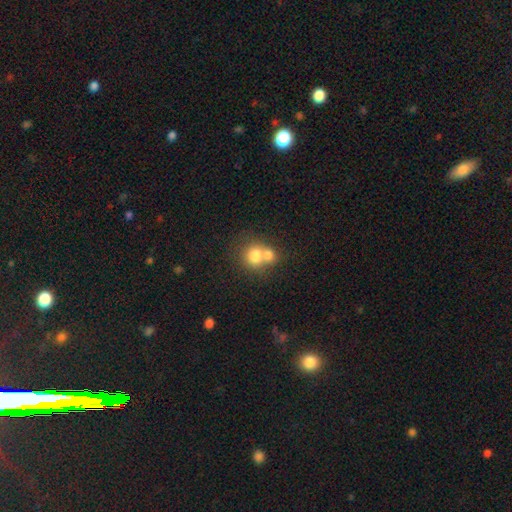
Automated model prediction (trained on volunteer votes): This is likely a smooth galaxy (76%). How rounded: likely round (78%). Merging: likely merger (60%).